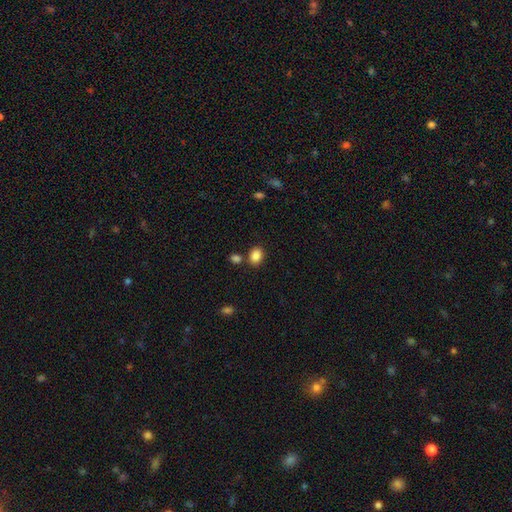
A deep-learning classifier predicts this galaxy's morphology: A smooth galaxy with no disk features (87%) that is in between round and cigar-shaped (65%). Merging: none (75%).